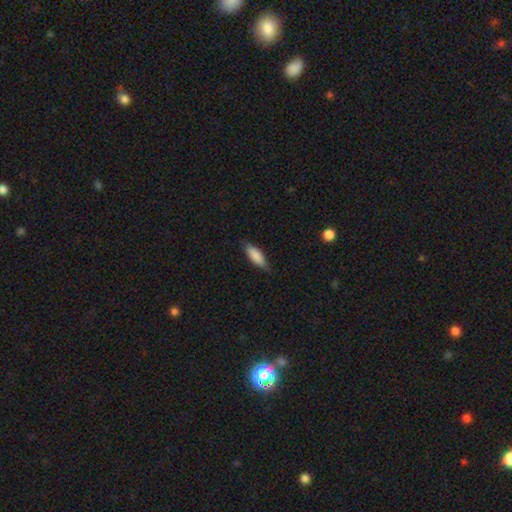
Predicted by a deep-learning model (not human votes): Q: Smooth or featured?
A: smooth (85%); runner-up: featured or disk (10%)
Q: How rounded?
A: in between (59%); runner-up: cigar-shaped (39%)
Q: Merging?
A: none (80%); runner-up: minor disturbance (16%)